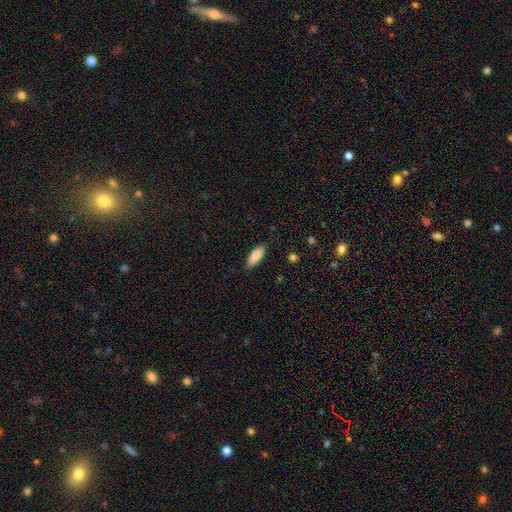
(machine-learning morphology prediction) Smooth or featured: smooth — 85% (featured or disk — 9%)
How rounded: in between — 67% (cigar-shaped — 31%)
Merging: none — 85% (minor disturbance — 11%)